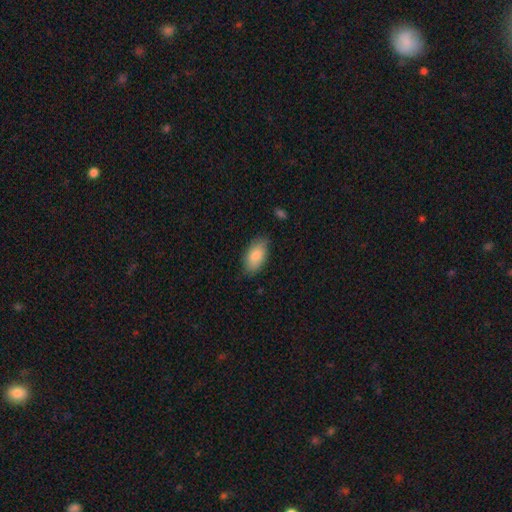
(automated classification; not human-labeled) The model was most divided on "merging": none: 78%, minor disturbance: 17%, major disturbance: 3%, merger: 1%. More confident: how rounded — in between (93%); smooth or featured — smooth (84%).